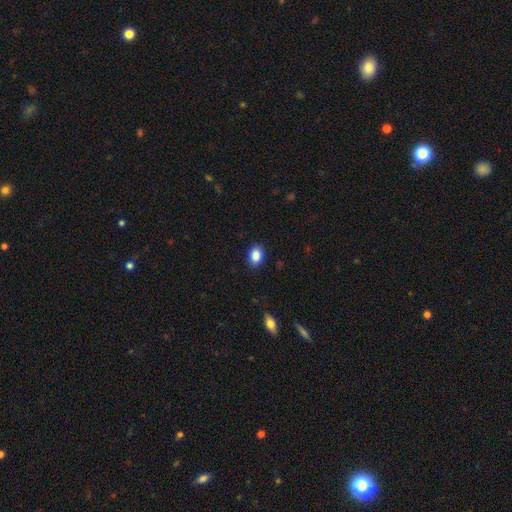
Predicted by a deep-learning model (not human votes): smooth-or-featured: smooth: 87% | star or artifact: 8% | featured or disk: 4%
  how-rounded: in between: 78% | round: 21% | cigar-shaped: 1%
  merging: none: 89% | minor disturbance: 8% | major disturbance: 2% | merger: 1%